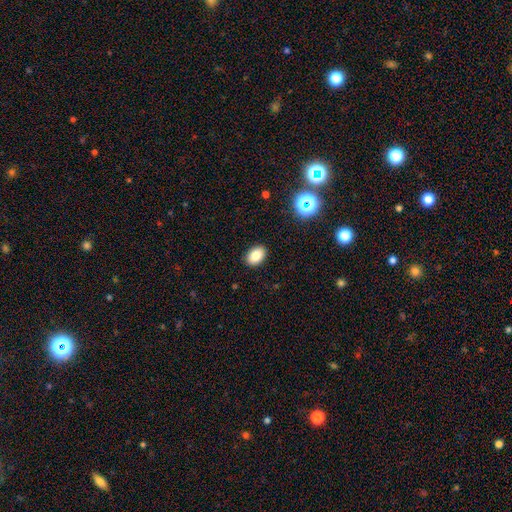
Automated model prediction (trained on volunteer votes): smooth 82%, star or artifact 10%, featured or disk 7%. Down the decision tree: how rounded — in between (82%); merging — none (90%).